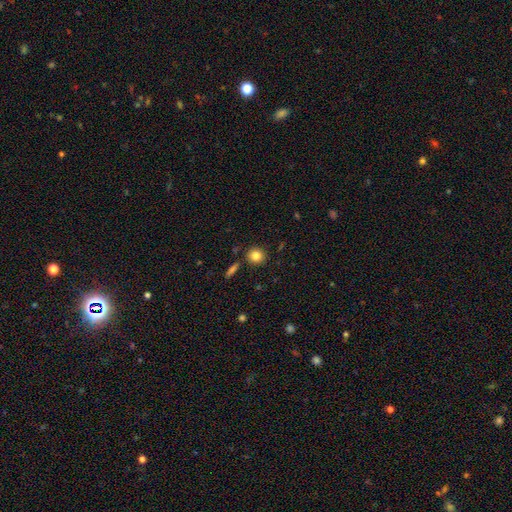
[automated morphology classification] Overall: smooth (83%). How rounded: round (88%). Merging: none (87%).